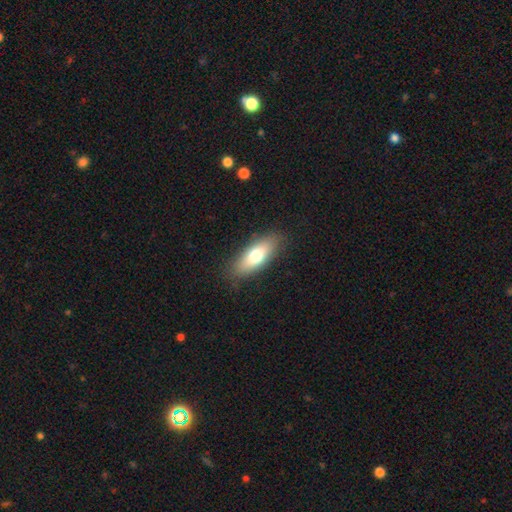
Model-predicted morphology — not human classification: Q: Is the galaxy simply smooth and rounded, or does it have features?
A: smooth — 70%.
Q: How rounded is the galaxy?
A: in between — 72%.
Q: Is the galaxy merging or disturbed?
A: none — 84%.